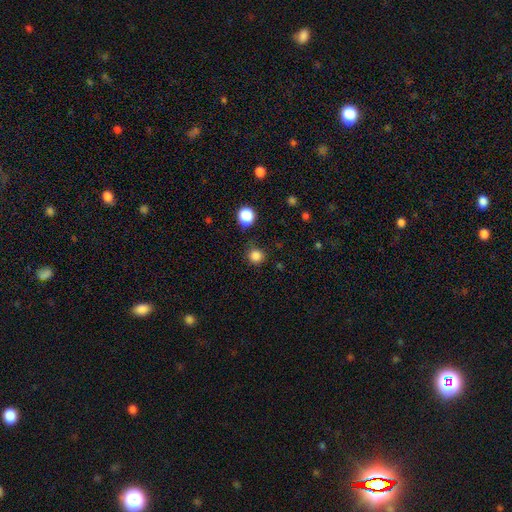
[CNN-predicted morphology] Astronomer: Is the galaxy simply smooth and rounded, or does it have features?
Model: smooth — 83%.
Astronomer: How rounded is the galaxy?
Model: round — 93%.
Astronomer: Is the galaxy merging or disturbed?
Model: none — 85%.